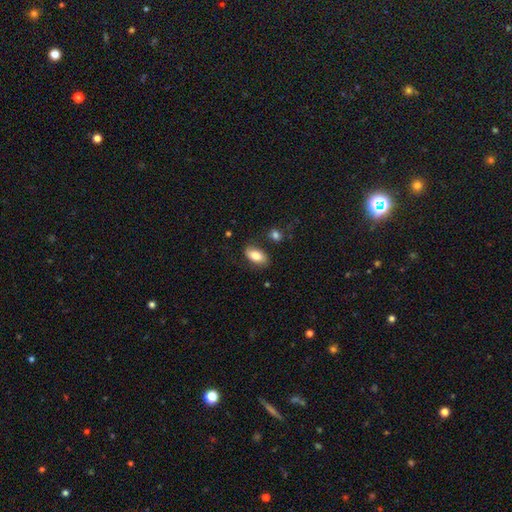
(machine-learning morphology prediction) type=smooth (81%); roundness=in between (92%); merging=none (78%).